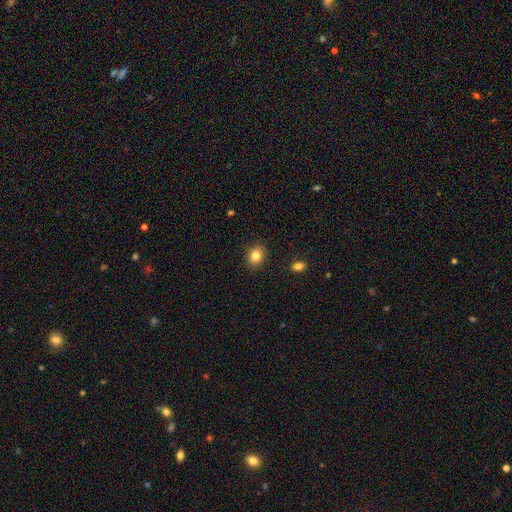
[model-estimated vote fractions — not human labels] Smooth or featured?
  - smooth: 83% *
  - star or artifact: 10%
  - featured or disk: 8%
How rounded?
  - in between: 53% *
  - round: 46%
  - cigar-shaped: 1%
Merging?
  - none: 88% *
  - minor disturbance: 8%
  - major disturbance: 2%
  - merger: 1%